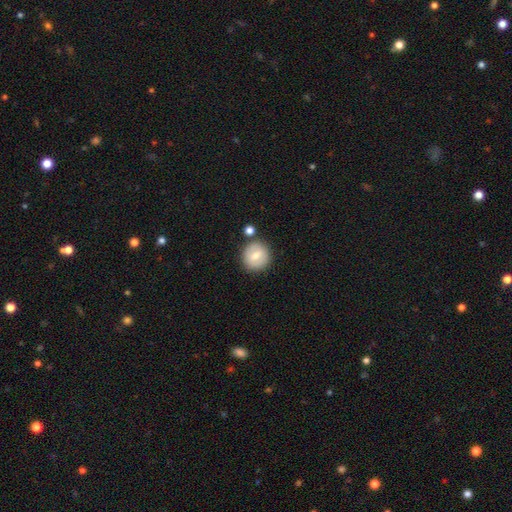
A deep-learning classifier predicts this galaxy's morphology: smooth-or-featured: smooth: 70% | featured or disk: 22% | star or artifact: 8%
  how-rounded: round: 91% | in between: 8% | cigar-shaped: 1%
  merging: none: 80% | minor disturbance: 10% | merger: 8% | major disturbance: 3%